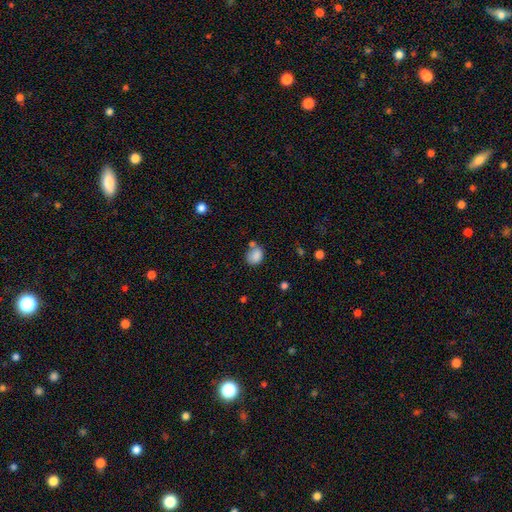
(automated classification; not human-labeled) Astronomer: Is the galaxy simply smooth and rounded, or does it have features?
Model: smooth — 84%.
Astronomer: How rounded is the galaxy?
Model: in between — 51% (runner-up: round, 48%).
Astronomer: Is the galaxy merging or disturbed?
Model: none — 49%.